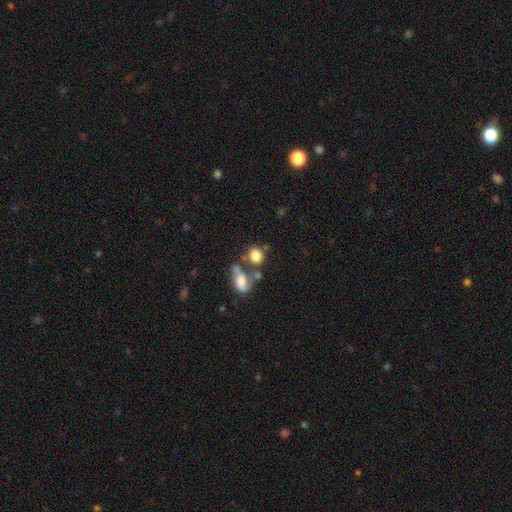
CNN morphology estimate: Q: Smooth or featured?
A: smooth (79%); runner-up: featured or disk (11%)
Q: How rounded?
A: round (68%); runner-up: in between (30%)
Q: Merging?
A: none (46%); runner-up: merger (32%)